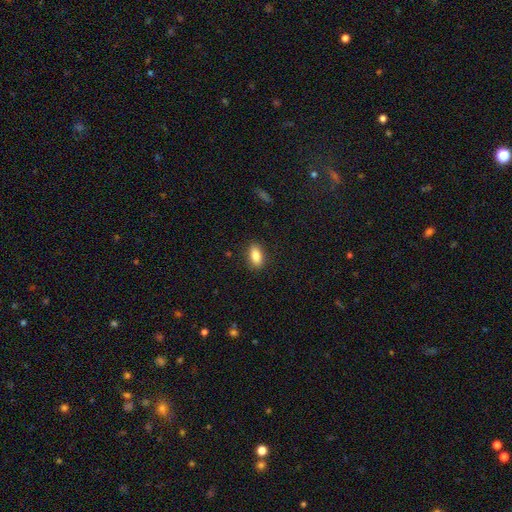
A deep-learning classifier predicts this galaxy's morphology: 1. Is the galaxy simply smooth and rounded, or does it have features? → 85% smooth, 8% star or artifact, 7% featured or disk.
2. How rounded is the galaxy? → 87% in between, 7% cigar-shaped, 5% round.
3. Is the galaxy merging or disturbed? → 87% none, 10% minor disturbance, 2% major disturbance, 1% merger.